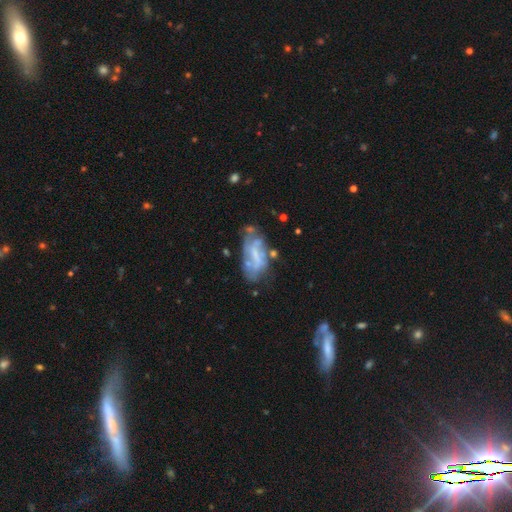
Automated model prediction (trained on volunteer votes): Smooth or featured?
  - featured or disk: 66% *
  - smooth: 25%
  - star or artifact: 9%
Edge-on disk?
  - no: 93% *
  - yes: 7%
Bar?
  - no: 45% *
  - weak: 35%
  - strong: 19%
Spiral arms?
  - no: 55% *
  - yes: 45%
Bulge size?
  - none: 48% *
  - small: 30%
  - moderate: 18%
  - large: 3%
  - dominant: 1%
Merging?
  - none: 43% *
  - minor disturbance: 25%
  - major disturbance: 20%
  - merger: 12%